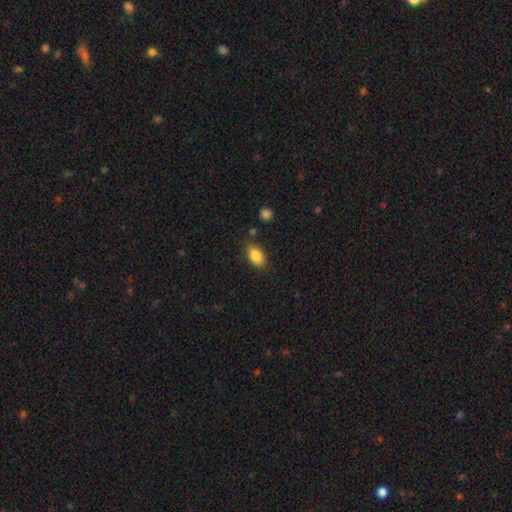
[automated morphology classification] Smooth or featured?
  - smooth: 85% *
  - star or artifact: 8%
  - featured or disk: 6%
How rounded?
  - in between: 88% *
  - round: 9%
  - cigar-shaped: 2%
Merging?
  - none: 82% *
  - minor disturbance: 12%
  - major disturbance: 3%
  - merger: 3%